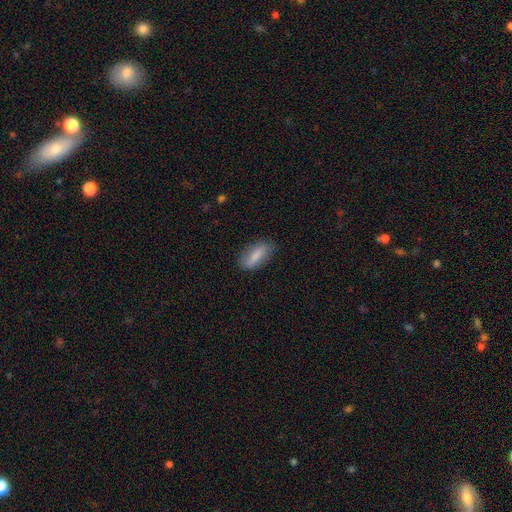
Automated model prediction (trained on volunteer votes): Q: Smooth or featured?
A: smooth (76%); runner-up: featured or disk (17%)
Q: How rounded?
A: in between (76%); runner-up: cigar-shaped (21%)
Q: Merging?
A: none (77%); runner-up: minor disturbance (18%)